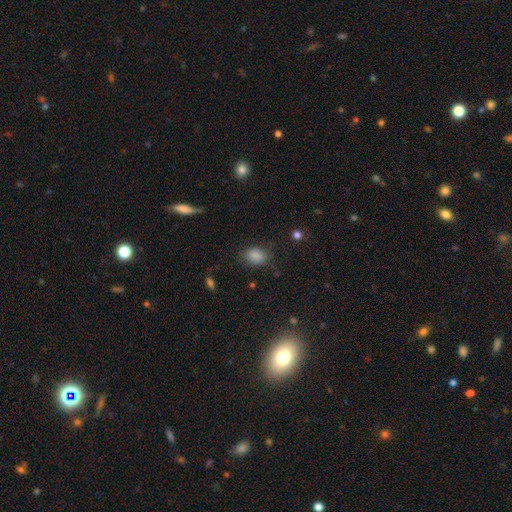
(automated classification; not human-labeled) Q: Smooth or featured?
A: smooth (85%); runner-up: star or artifact (11%)
Q: How rounded?
A: in between (64%); runner-up: round (35%)
Q: Merging?
A: none (76%); runner-up: minor disturbance (17%)